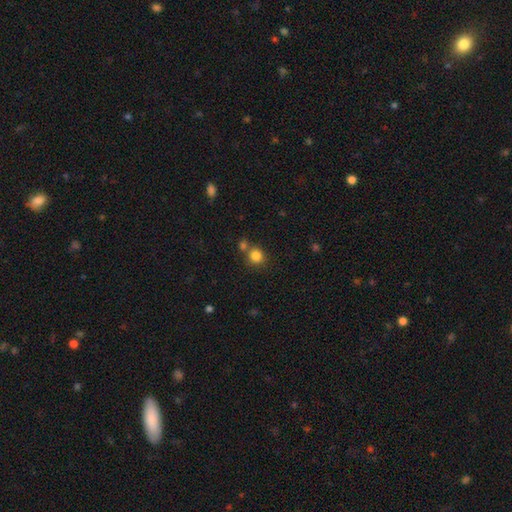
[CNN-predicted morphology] The model was most divided on "merging": none: 66%, merger: 21%, minor disturbance: 10%, major disturbance: 3%. More confident: how rounded — round (87%); smooth or featured — smooth (84%).